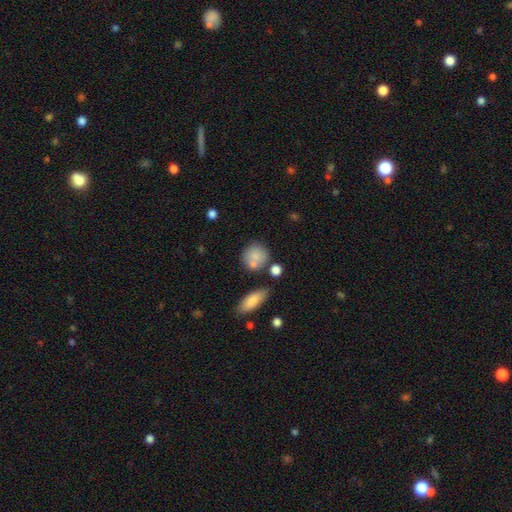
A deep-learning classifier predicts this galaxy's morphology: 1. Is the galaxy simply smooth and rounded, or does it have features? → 80% smooth, 11% featured or disk, 9% star or artifact.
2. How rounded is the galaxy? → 85% round, 14% in between, 2% cigar-shaped.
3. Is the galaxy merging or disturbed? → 65% none, 17% merger, 13% minor disturbance, 4% major disturbance.